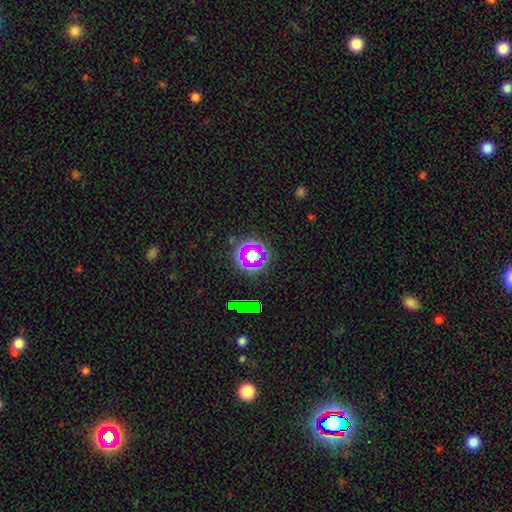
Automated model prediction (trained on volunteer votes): A star or artifact, not a galaxy (49%).

Vote fractions:
- Smooth or featured? star or artifact: 49% / smooth: 33% / featured or disk: 18%